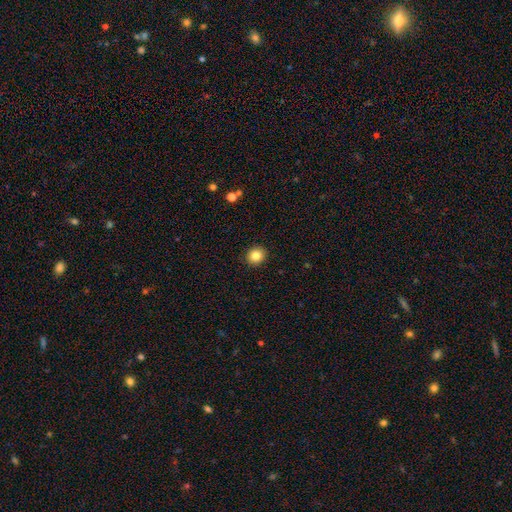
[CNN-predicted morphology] Overall: smooth (84%). How rounded: round (87%). Merging: none (92%).